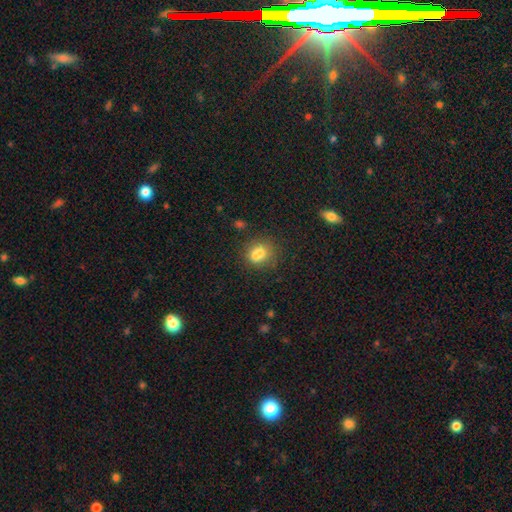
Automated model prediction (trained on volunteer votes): Q: Smooth or featured?
A: smooth (77%); runner-up: star or artifact (12%)
Q: How rounded?
A: round (52%); runner-up: in between (46%)
Q: Merging?
A: none (54%); runner-up: merger (24%)